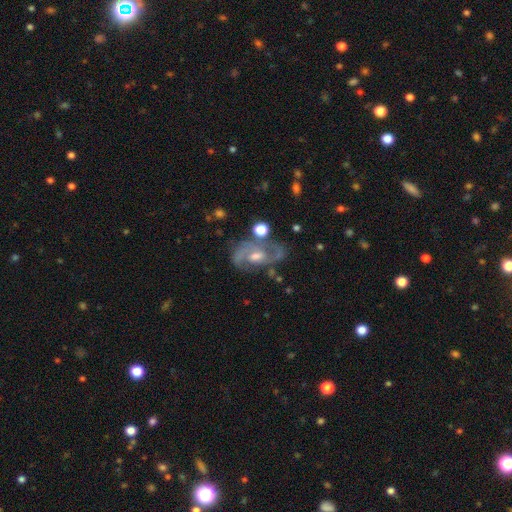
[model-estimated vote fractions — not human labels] Q: Smooth or featured?
A: featured or disk (81%); runner-up: smooth (11%)
Q: Edge-on disk?
A: no (96%); runner-up: yes (4%)
Q: Bar?
A: weak (46%); runner-up: no (40%)
Q: Spiral arms?
A: yes (90%); runner-up: no (10%)
Q: Spiral winding?
A: medium (52%); runner-up: loose (25%)
Q: Spiral arm count?
A: 2 (80%); runner-up: can't tell (9%)
Q: Bulge size?
A: moderate (58%); runner-up: small (30%)
Q: Merging?
A: none (61%); runner-up: minor disturbance (19%)